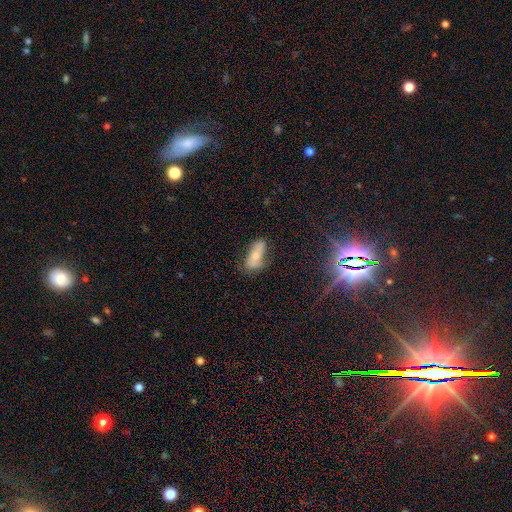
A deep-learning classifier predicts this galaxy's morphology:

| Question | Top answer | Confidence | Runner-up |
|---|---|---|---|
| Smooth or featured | smooth | 60% | featured or disk (31%) |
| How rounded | in between | 82% | cigar-shaped (15%) |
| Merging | none | 52% | minor disturbance (31%) |